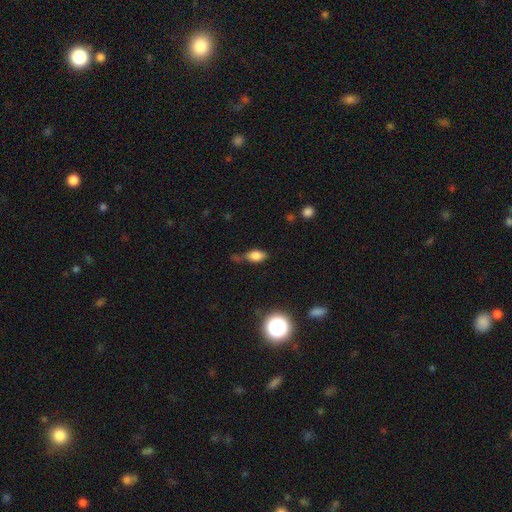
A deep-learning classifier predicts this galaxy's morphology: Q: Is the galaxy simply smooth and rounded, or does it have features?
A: smooth — 78%.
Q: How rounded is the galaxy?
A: in between — 85%.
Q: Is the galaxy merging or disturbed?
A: none — 52%.